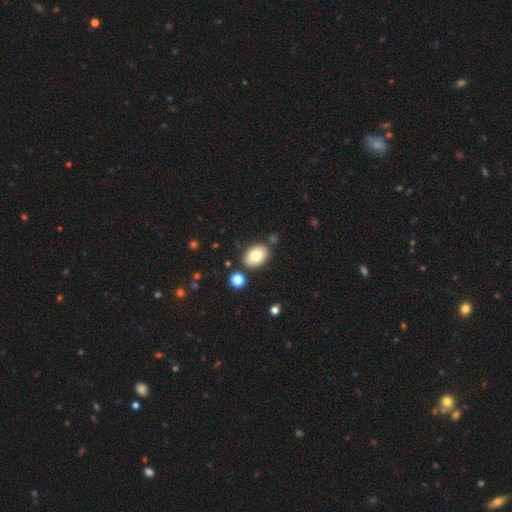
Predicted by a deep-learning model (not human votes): Morphology: type=smooth (79%); roundness=in between (76%); merging=none (82%).